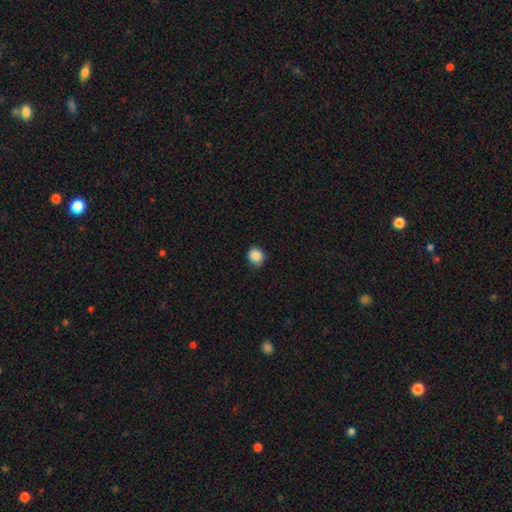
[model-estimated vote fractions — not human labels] This appears to be a smooth galaxy with no disk features (87%) that is round (78%). Merging: none (82%).